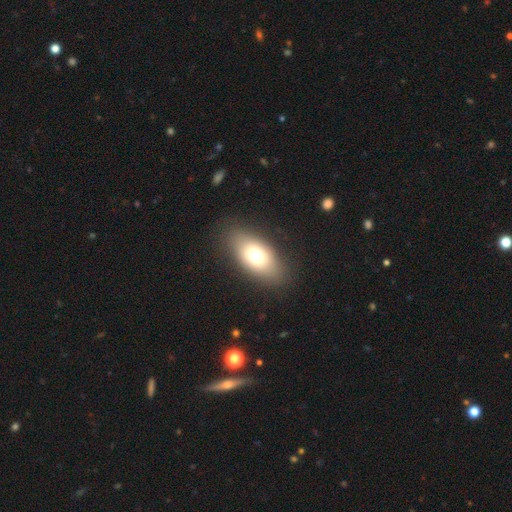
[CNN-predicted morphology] The model was most divided on "smooth or featured": smooth: 73%, featured or disk: 18%, star or artifact: 9%. More confident: how rounded — in between (88%); merging — none (83%).